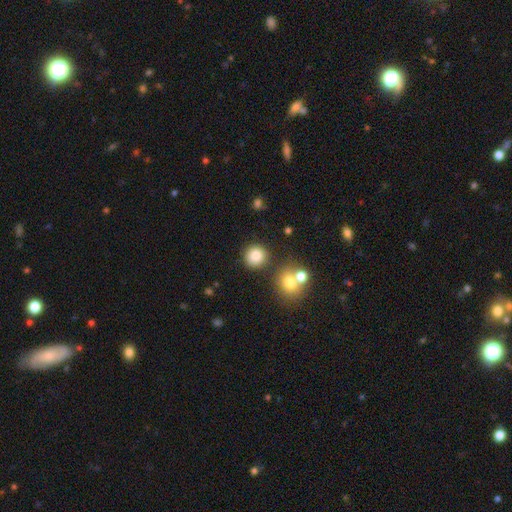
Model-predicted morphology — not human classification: smooth-or-featured: smooth: 82% | star or artifact: 12% | featured or disk: 6%
  how-rounded: round: 91% | in between: 8% | cigar-shaped: 1%
  merging: none: 81% | minor disturbance: 8% | merger: 7% | major disturbance: 3%